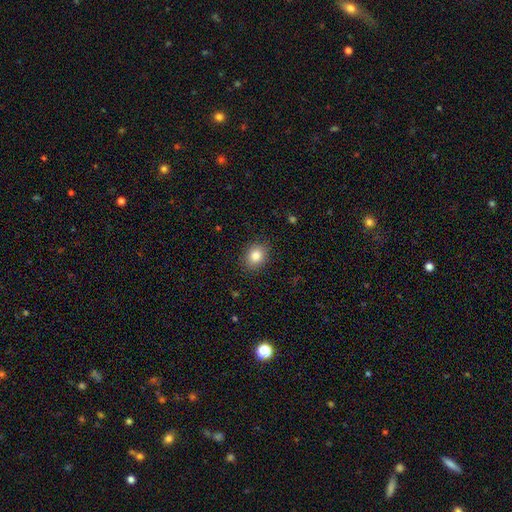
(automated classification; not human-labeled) Smooth or featured? Predicted: smooth (p=0.84). How rounded? Predicted: round (p=0.54). Merging? Predicted: none (p=0.88).